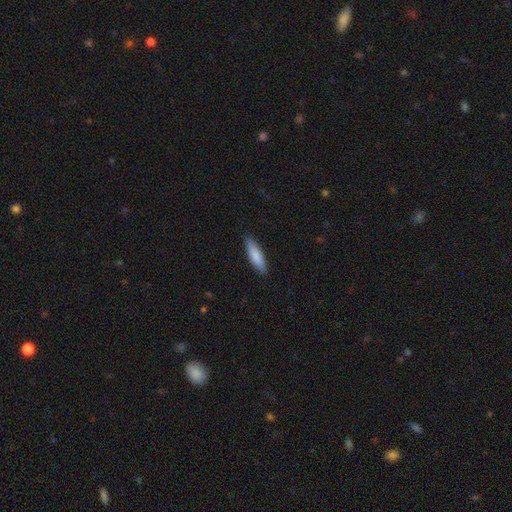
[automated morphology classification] Smooth or featured: smooth — 85% (featured or disk — 10%)
How rounded: cigar-shaped — 61% (in between — 37%)
Merging: none — 87% (minor disturbance — 10%)